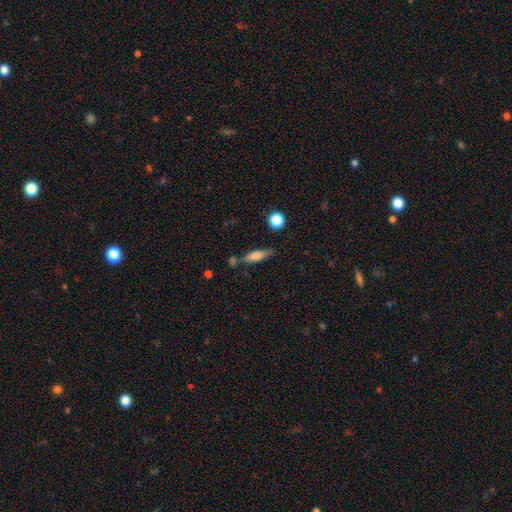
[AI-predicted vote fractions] This is likely a smooth galaxy (67%). How rounded: possibly cigar-shaped (57%). Merging: likely none (66%).